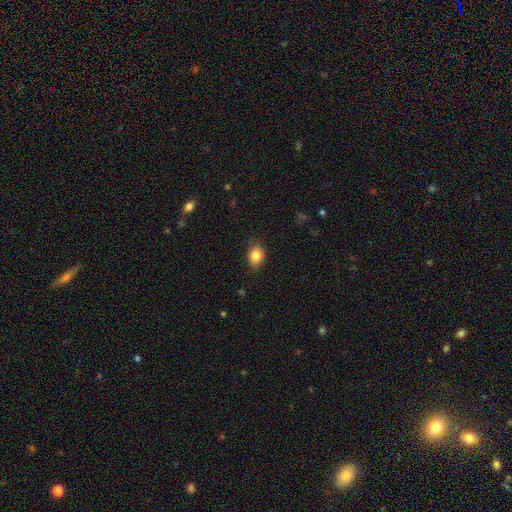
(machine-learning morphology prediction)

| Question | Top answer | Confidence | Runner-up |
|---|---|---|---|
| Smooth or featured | smooth | 84% | star or artifact (9%) |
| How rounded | in between | 64% | round (35%) |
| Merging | none | 79% | minor disturbance (17%) |